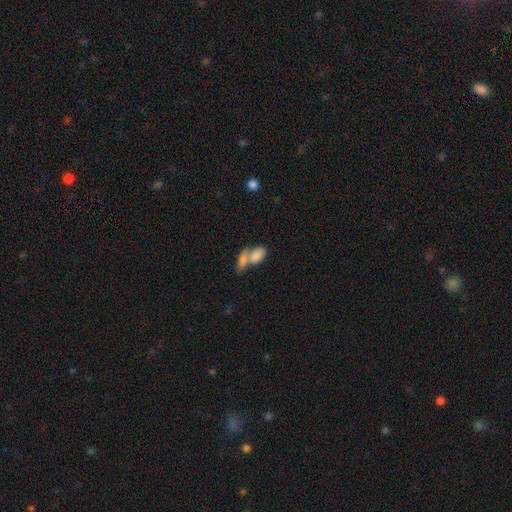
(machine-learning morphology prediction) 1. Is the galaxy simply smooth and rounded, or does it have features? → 81% smooth, 12% featured or disk, 7% star or artifact.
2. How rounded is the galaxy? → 91% in between, 6% round, 3% cigar-shaped.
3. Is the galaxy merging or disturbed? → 69% merger, 19% none, 7% minor disturbance, 5% major disturbance.